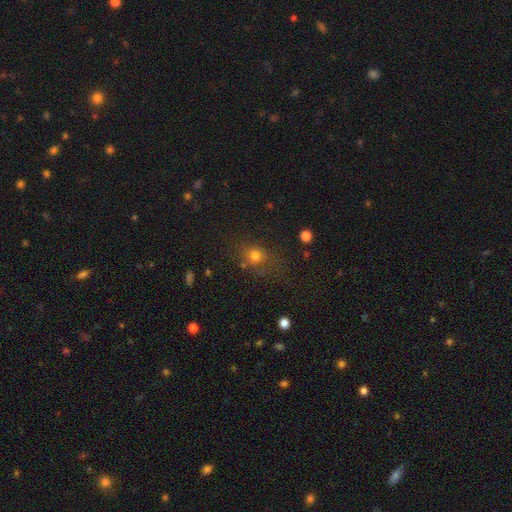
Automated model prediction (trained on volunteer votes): Smooth or featured: smooth — 74% (star or artifact — 17%)
How rounded: round — 69% (in between — 29%)
Merging: none — 67% (minor disturbance — 18%)